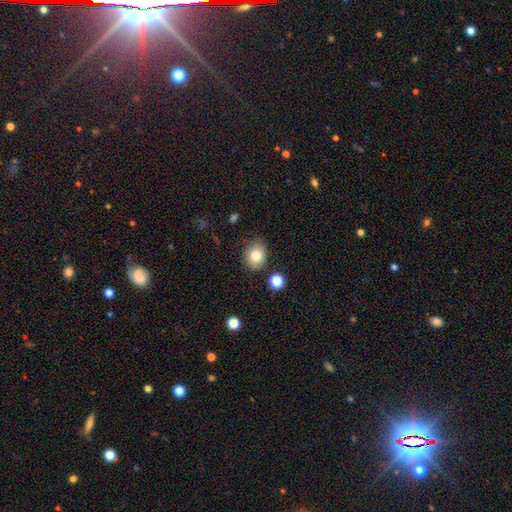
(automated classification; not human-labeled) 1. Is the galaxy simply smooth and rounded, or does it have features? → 81% smooth, 10% featured or disk, 9% star or artifact.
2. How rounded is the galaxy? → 56% round, 43% in between, 1% cigar-shaped.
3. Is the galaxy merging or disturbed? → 77% none, 16% minor disturbance, 4% major disturbance, 3% merger.